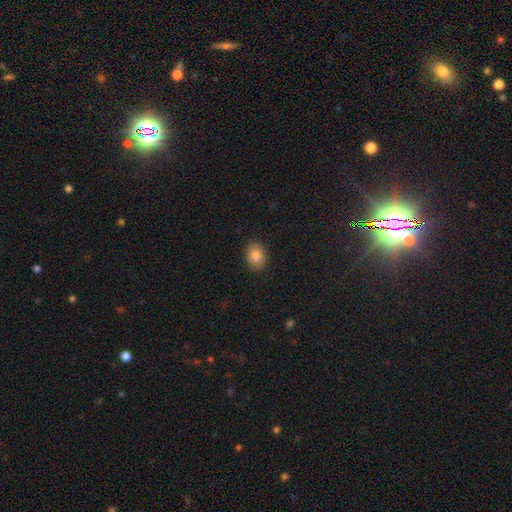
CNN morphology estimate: A smooth galaxy with no disk features (80%) that is in between round and cigar-shaped (68%). Merging: none (84%).